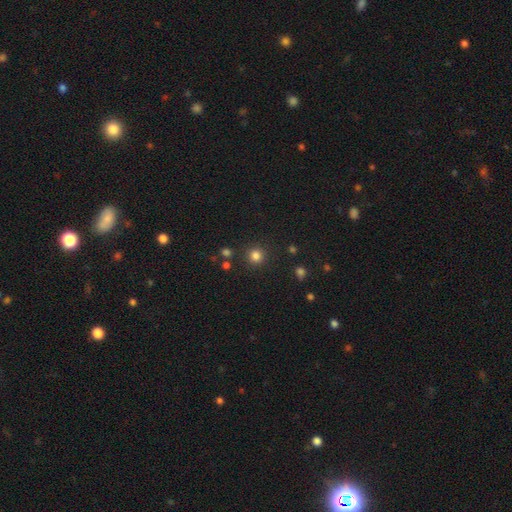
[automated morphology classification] The model was most divided on "smooth or featured": smooth: 82%, star or artifact: 14%, featured or disk: 4%. More confident: how rounded — round (93%); merging — none (88%).